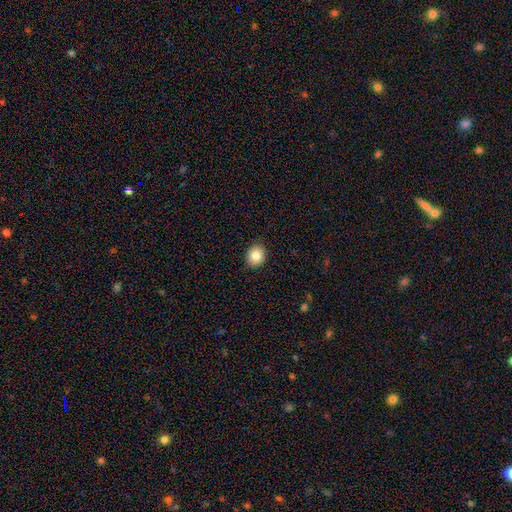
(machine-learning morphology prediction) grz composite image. It shows a smooth galaxy with no disk features (84%) that is round (63%). Merging: none (89%).